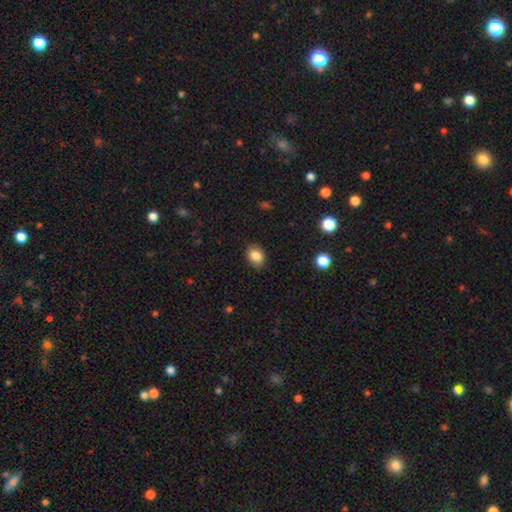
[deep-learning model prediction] Q: Smooth or featured?
A: smooth (86%); runner-up: star or artifact (10%)
Q: How rounded?
A: in between (50%); runner-up: round (49%)
Q: Merging?
A: none (86%); runner-up: minor disturbance (10%)